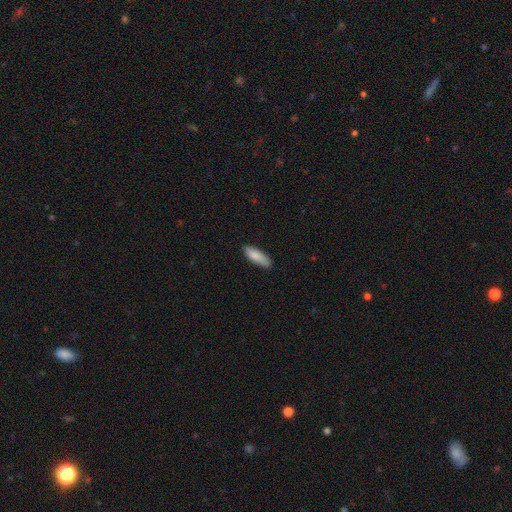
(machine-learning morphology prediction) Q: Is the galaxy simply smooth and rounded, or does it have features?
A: smooth — 86%.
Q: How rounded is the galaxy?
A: in between — 60%.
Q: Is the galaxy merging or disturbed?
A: none — 82%.